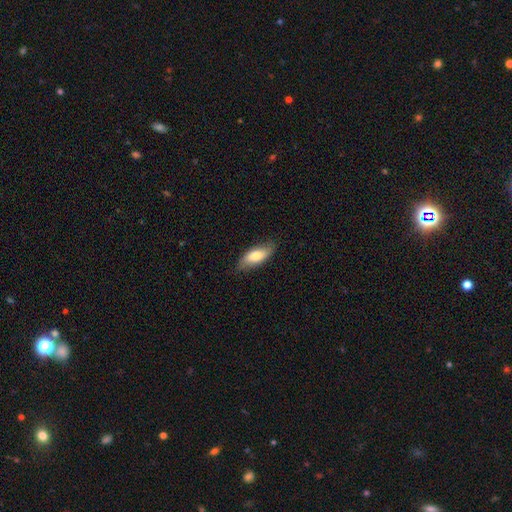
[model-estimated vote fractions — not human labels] Smooth or featured? smooth (76%)
How rounded? in between (77%)
Merging? none (81%)